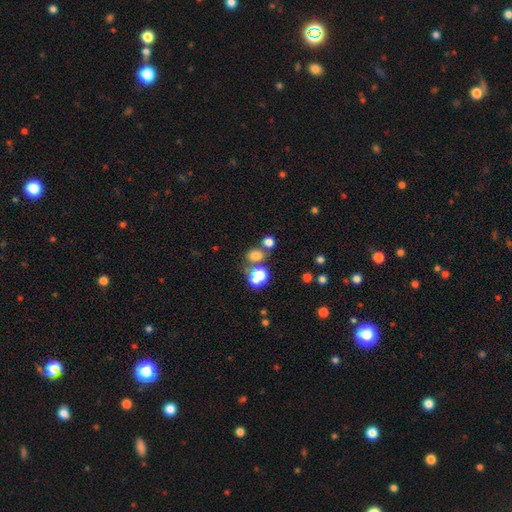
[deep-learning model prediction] Smooth or featured? smooth (71%)
How rounded? round (60%)
Merging? none (54%)